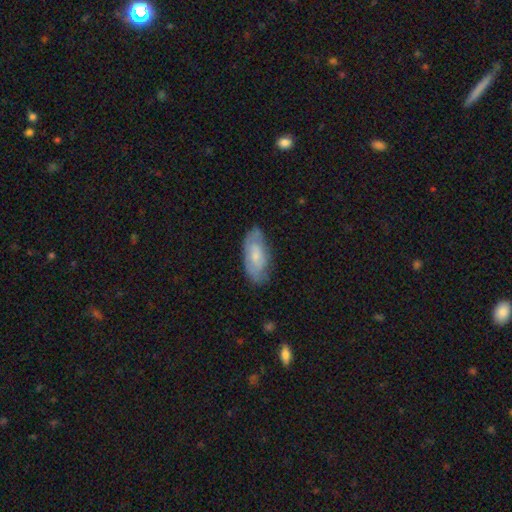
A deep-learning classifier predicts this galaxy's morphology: This appears to be a smooth galaxy with no disk features (52%) that is in between round and cigar-shaped (87%). Merging: none (70%).